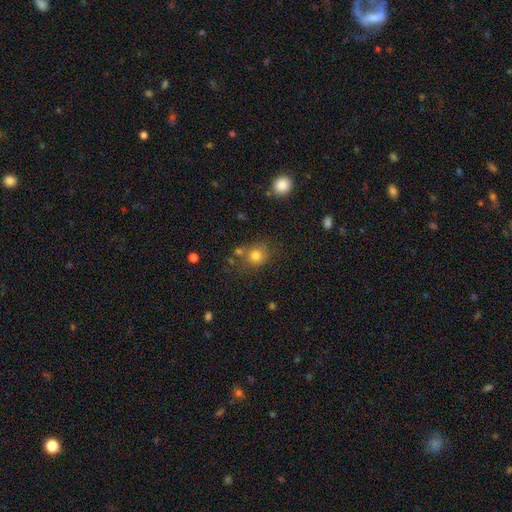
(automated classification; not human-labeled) Overall: smooth (79%). How rounded: round (79%). Merging: none (69%).